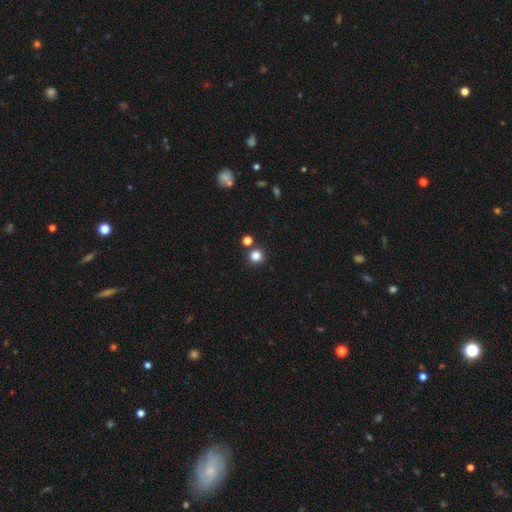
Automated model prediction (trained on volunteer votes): Smooth or featured? smooth (82%)
How rounded? round (92%)
Merging? none (82%)